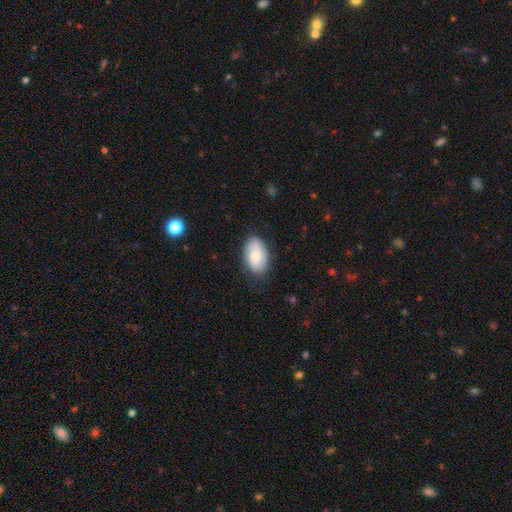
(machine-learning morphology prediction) This appears to be a smooth galaxy with no disk features (75%) that is in between round and cigar-shaped (93%). Merging: none (79%).